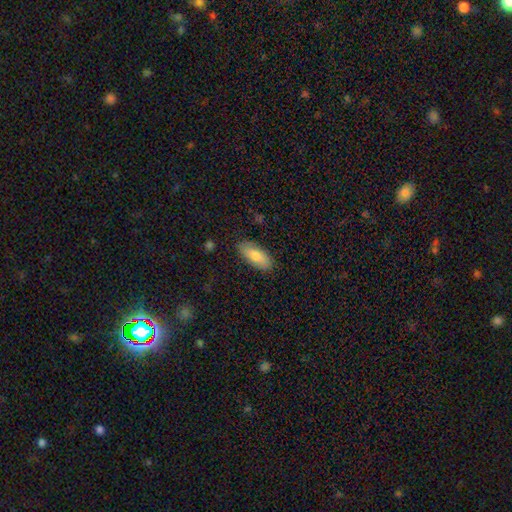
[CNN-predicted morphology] Overall: smooth (79%). How rounded: in between (81%). Merging: none (87%).